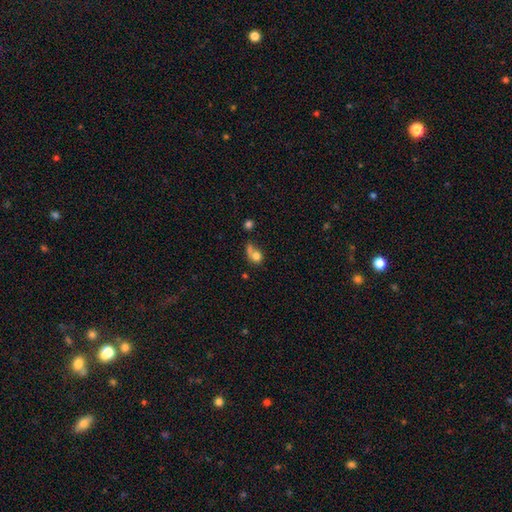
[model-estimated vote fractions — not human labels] Smooth or featured? Predicted: smooth (p=0.75). How rounded? Predicted: round (p=0.66). Merging? Predicted: merger (p=0.38).